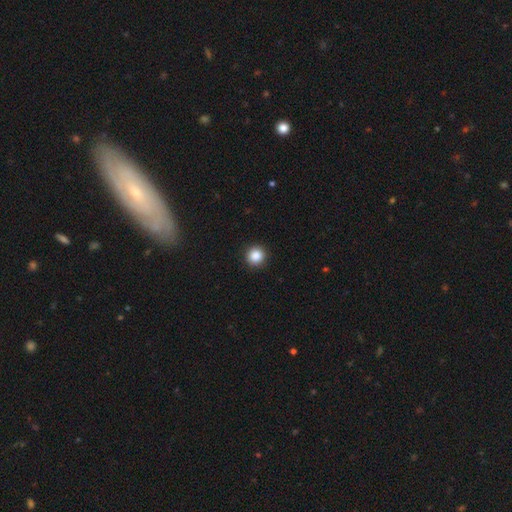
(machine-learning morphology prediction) This appears to be a smooth galaxy with no disk features (87%) that is round (94%). Merging: none (92%).